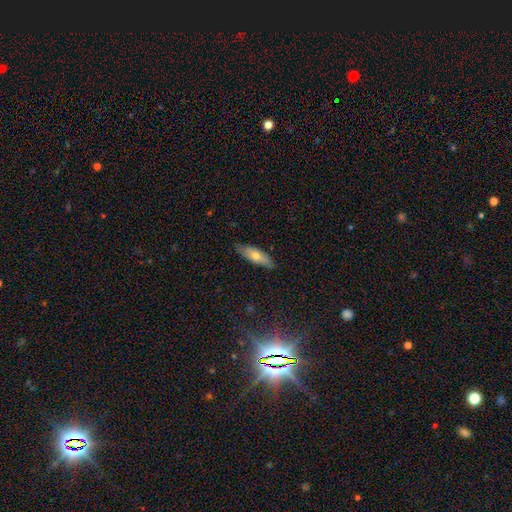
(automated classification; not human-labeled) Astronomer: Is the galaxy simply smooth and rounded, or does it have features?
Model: smooth — 63%.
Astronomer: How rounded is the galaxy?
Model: in between — 57% (runner-up: cigar-shaped, 41%).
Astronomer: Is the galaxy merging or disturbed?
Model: none — 83%.